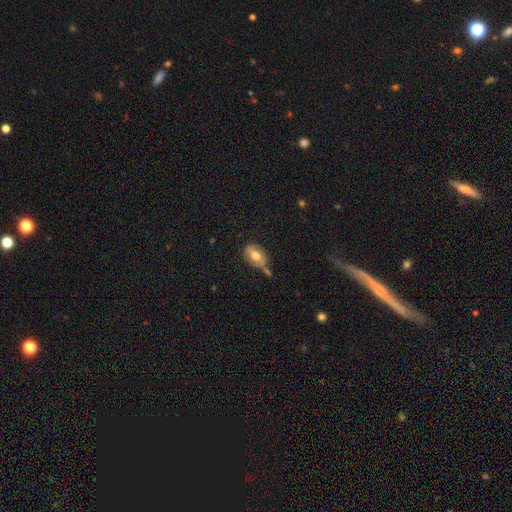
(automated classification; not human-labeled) Smooth or featured: smooth — 60% (featured or disk — 33%)
How rounded: in between — 79% (round — 19%)
Merging: none — 50% (minor disturbance — 25%)